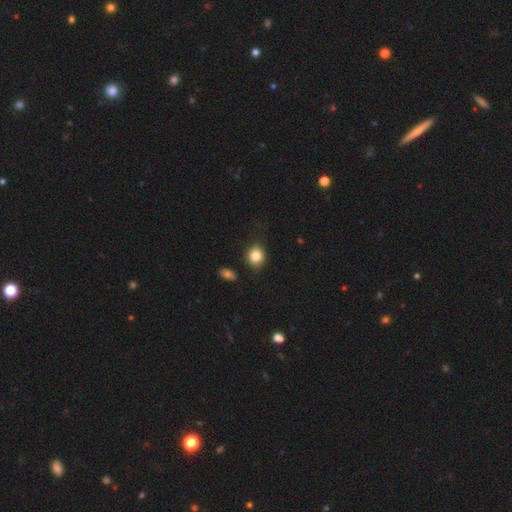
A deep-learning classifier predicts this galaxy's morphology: This appears to be a smooth galaxy with no disk features (82%) that is round (63%). Merging: none (80%).